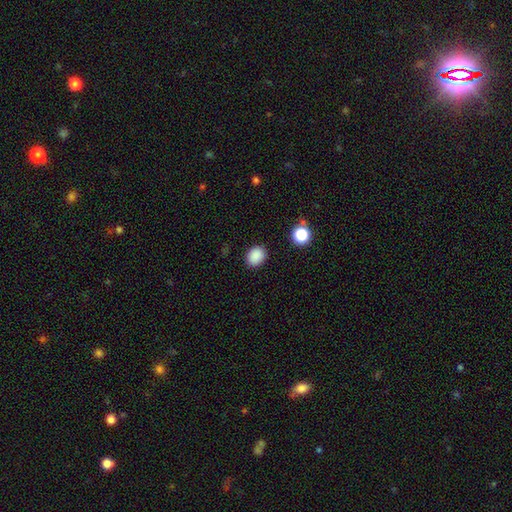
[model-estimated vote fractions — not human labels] smooth_or_featured: smooth (p=0.87) [alt: star or artifact p=0.10]
how_rounded: round (p=0.53) [alt: in between p=0.46]
merging: none (p=0.87) [alt: minor disturbance p=0.08]